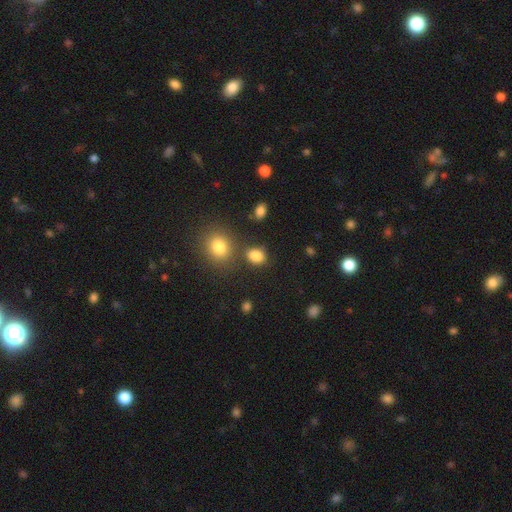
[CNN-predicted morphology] A smooth galaxy with no disk features (84%) that is in between round and cigar-shaped (49%, tied with round).

Vote fractions:
- Smooth or featured? smooth: 84% / star or artifact: 12% / featured or disk: 5%
- How rounded? in between: 49% (tied) / round: 49% (tied) / cigar-shaped: 1%
- Merging? none: 72% / minor disturbance: 13% / merger: 10% / major disturbance: 5%